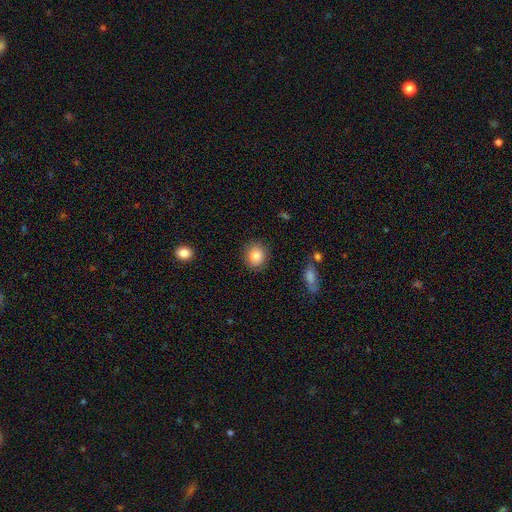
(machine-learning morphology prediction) The model was most divided on "how rounded": round: 80%, in between: 19%, cigar-shaped: 1%. More confident: merging — none (88%); smooth or featured — smooth (83%).